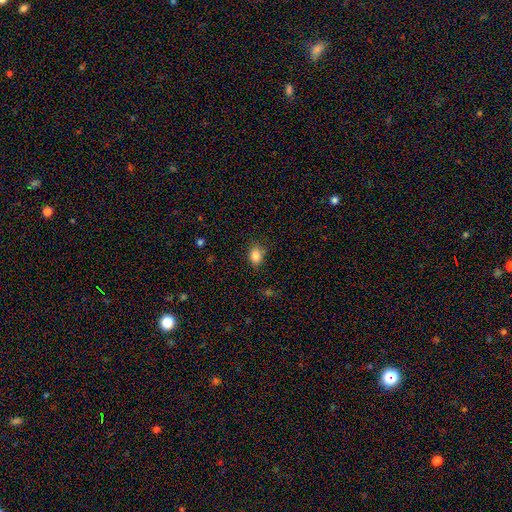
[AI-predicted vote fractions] Morphology: type=smooth (85%); roundness=in between (67%); merging=none (79%).